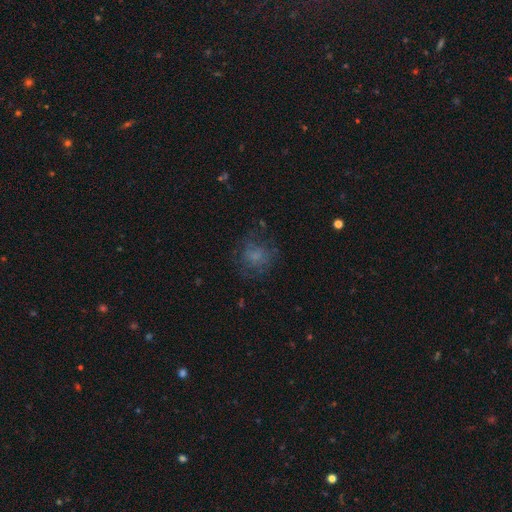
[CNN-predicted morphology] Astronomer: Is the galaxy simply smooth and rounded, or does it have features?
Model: smooth — 58%.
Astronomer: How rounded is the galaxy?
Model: round — 79%.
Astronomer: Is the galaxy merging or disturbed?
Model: none — 63%.